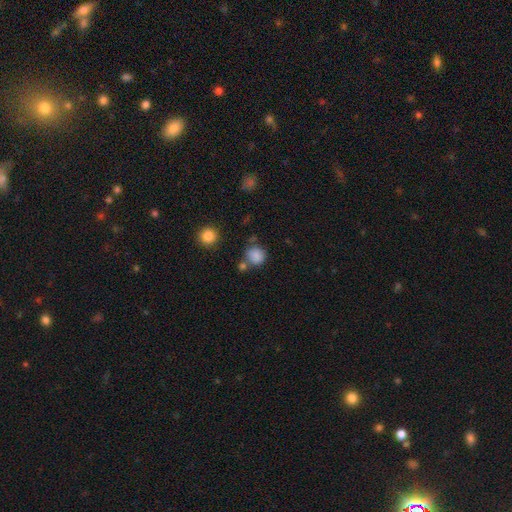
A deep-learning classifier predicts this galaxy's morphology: Overall: smooth (84%). How rounded: round (86%). Merging: none (66%).